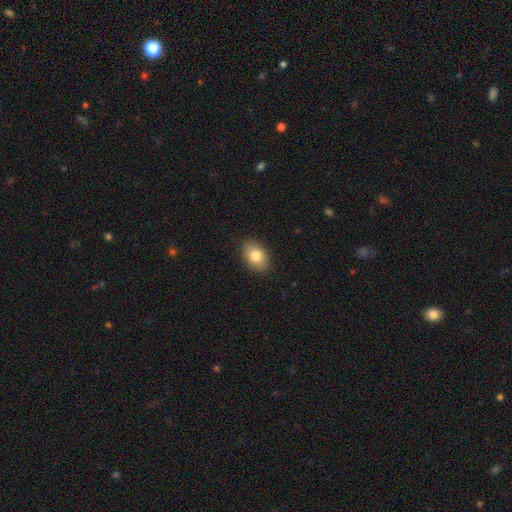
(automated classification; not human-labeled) Morphology: type=smooth (81%); roundness=in between (86%); merging=none (88%).